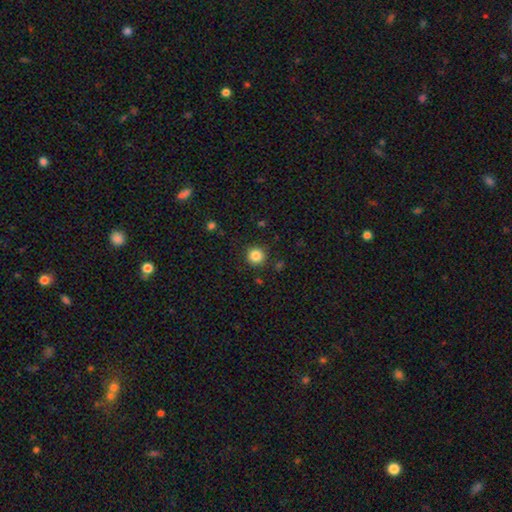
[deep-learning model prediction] Morphology: type=smooth (85%); roundness=round (94%); merging=none (91%).